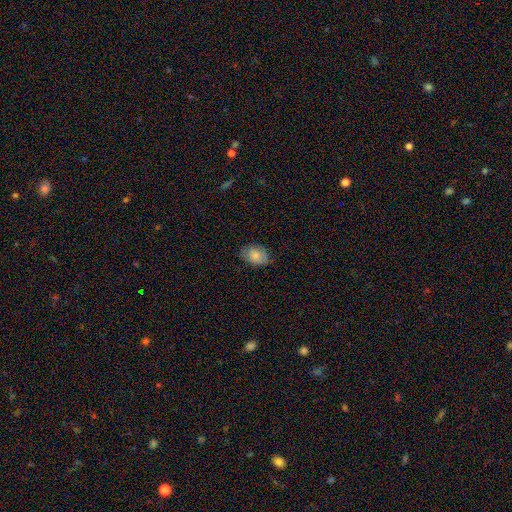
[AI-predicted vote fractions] The model was most divided on "merging": none: 77%, minor disturbance: 18%, major disturbance: 4%, merger: 1%. More confident: how rounded — in between (81%); smooth or featured — smooth (81%).